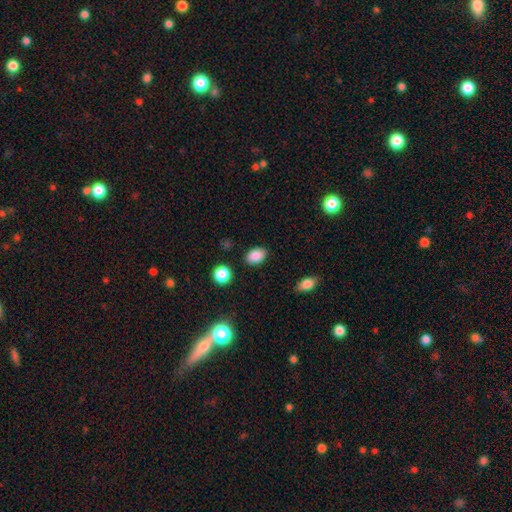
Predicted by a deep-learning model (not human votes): smooth-or-featured: smooth: 87% | star or artifact: 9% | featured or disk: 4%
  how-rounded: in between: 83% | round: 16% | cigar-shaped: 1%
  merging: none: 86% | minor disturbance: 9% | major disturbance: 3% | merger: 2%